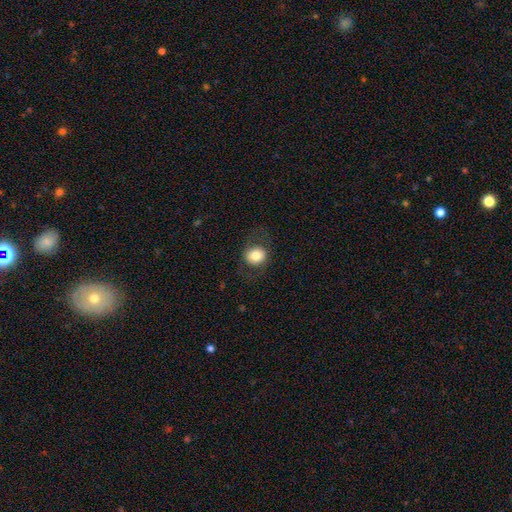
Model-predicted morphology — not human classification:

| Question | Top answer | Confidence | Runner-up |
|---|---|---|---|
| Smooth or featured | smooth | 73% | featured or disk (18%) |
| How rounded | round | 72% | in between (27%) |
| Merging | none | 78% | minor disturbance (12%) |